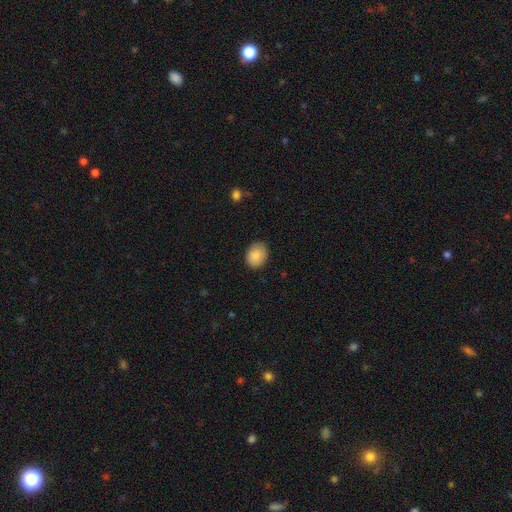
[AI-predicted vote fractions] A smooth galaxy with no disk features (88%) that is in between round and cigar-shaped (55%). Merging: none (83%).